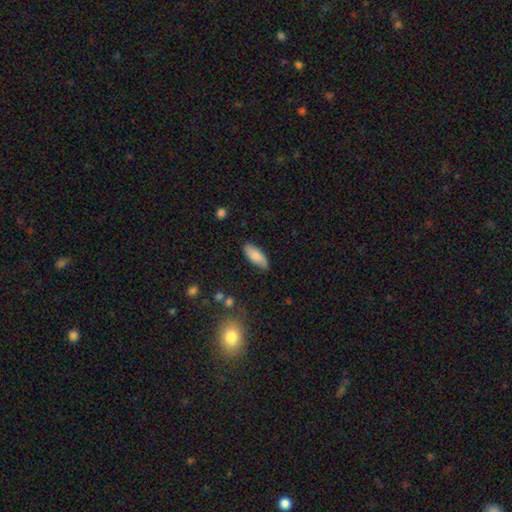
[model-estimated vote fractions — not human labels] smooth-or-featured: smooth: 83% | featured or disk: 11% | star or artifact: 6%
  how-rounded: in between: 80% | cigar-shaped: 18% | round: 2%
  merging: none: 81% | minor disturbance: 15% | major disturbance: 3% | merger: 1%